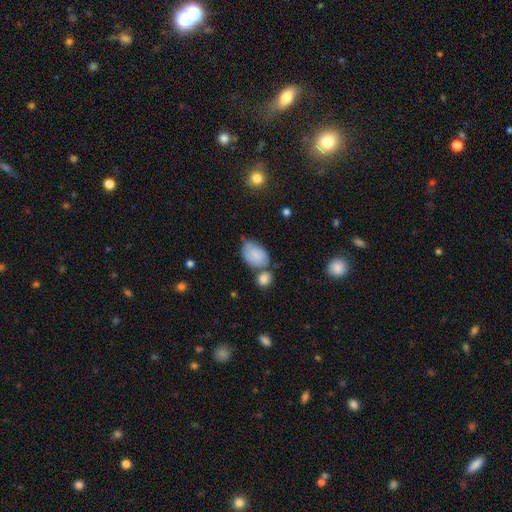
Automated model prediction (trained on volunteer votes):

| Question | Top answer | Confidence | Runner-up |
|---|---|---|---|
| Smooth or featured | smooth | 77% | featured or disk (15%) |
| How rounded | in between | 87% | round (12%) |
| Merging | none | 44% | minor disturbance (25%) |